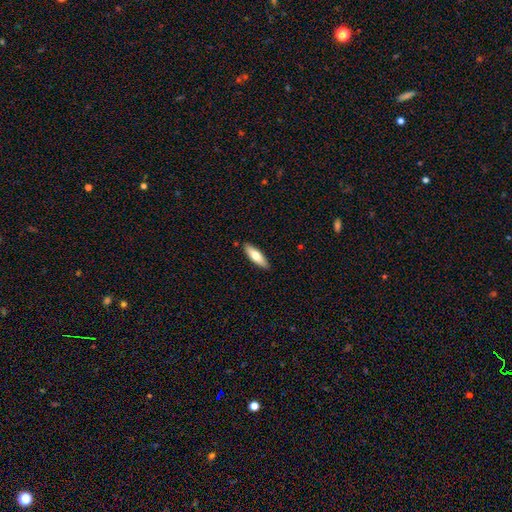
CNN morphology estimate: smooth 68%, featured or disk 26%, star or artifact 6%. Down the decision tree: how rounded — cigar-shaped (55%); merging — none (89%).